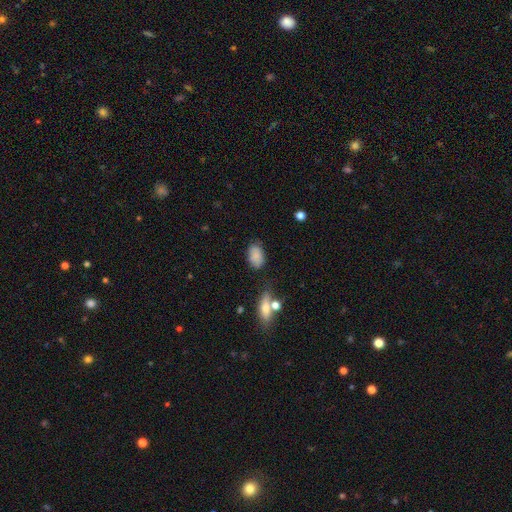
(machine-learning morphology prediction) A smooth galaxy with no disk features (83%) that is in between round and cigar-shaped (89%). Merging: none (69%).